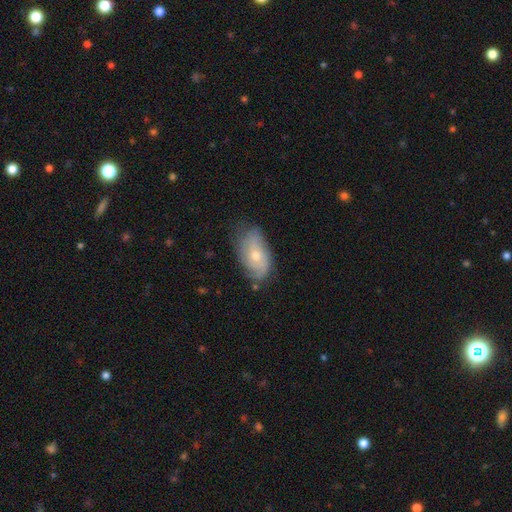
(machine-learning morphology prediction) Smooth or featured? featured or disk (51%)
Edge-on disk? no (91%)
Merging? none (65%)